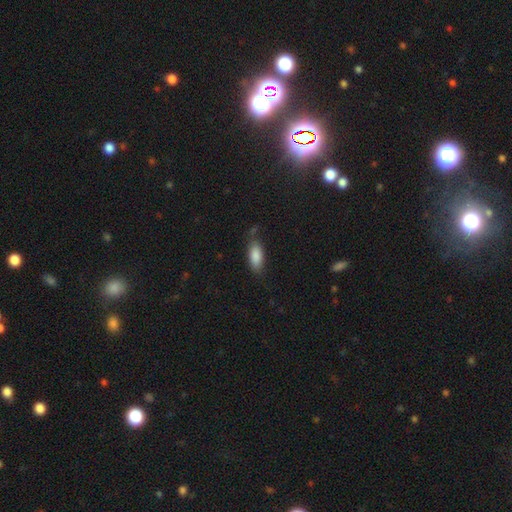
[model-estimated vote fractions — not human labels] smooth-or-featured: smooth: 86% | featured or disk: 7% | star or artifact: 7%
  how-rounded: in between: 83% | cigar-shaped: 15% | round: 2%
  merging: none: 70% | minor disturbance: 21% | major disturbance: 5% | merger: 3%